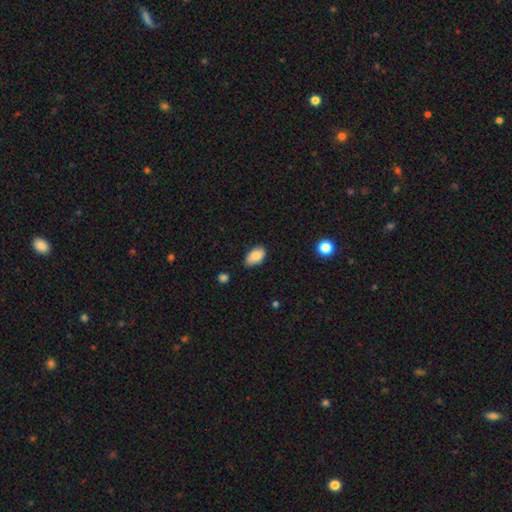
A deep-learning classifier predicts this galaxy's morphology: type=smooth (85%); roundness=in between (93%); merging=none (72%).